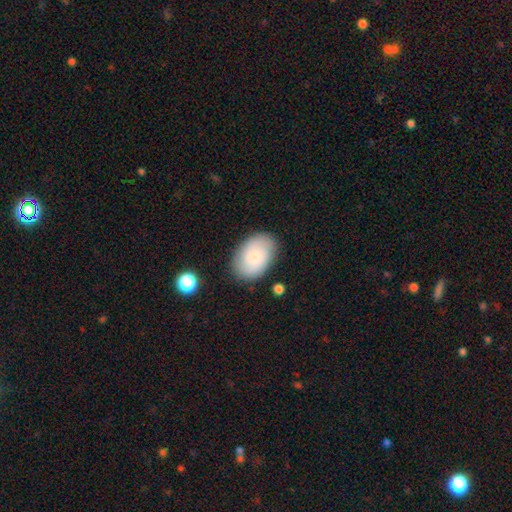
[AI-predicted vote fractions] smooth-or-featured: smooth: 64% | featured or disk: 29% | star or artifact: 7%
  how-rounded: in between: 83% | round: 15% | cigar-shaped: 1%
  merging: none: 82% | minor disturbance: 13% | major disturbance: 3% | merger: 2%